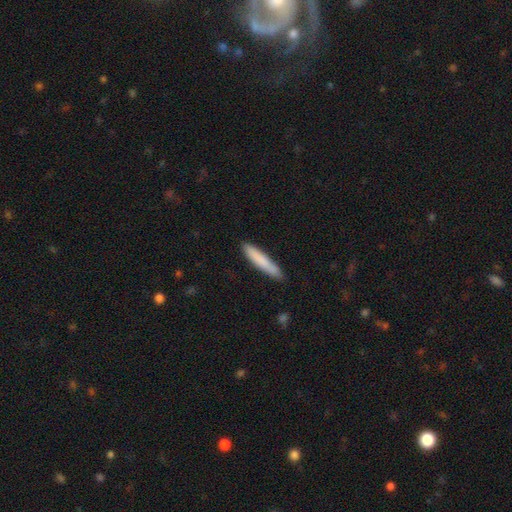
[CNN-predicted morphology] Q: Smooth or featured?
A: smooth (81%); runner-up: featured or disk (14%)
Q: How rounded?
A: cigar-shaped (92%); runner-up: in between (7%)
Q: Merging?
A: none (85%); runner-up: minor disturbance (12%)